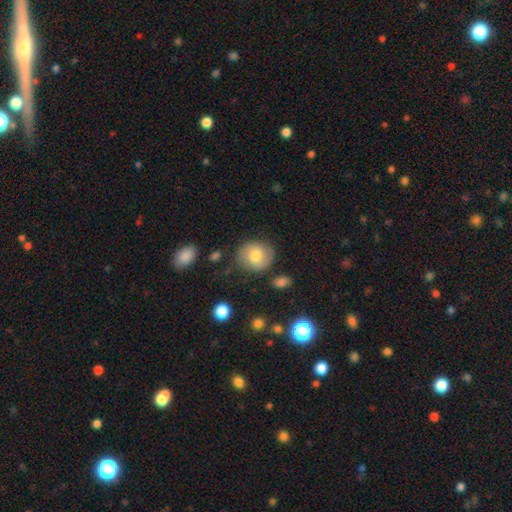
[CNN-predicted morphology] Overall: smooth (67%). How rounded: round (79%). Merging: none (77%).